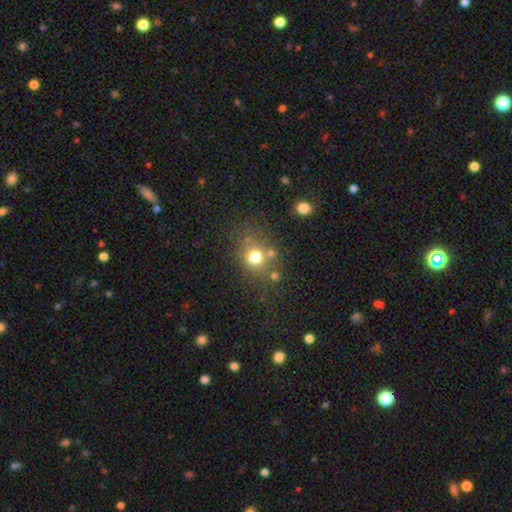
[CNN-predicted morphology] smooth 68%, star or artifact 20%, featured or disk 11%. Down the decision tree: how rounded — round (79%); merging — none (68%).